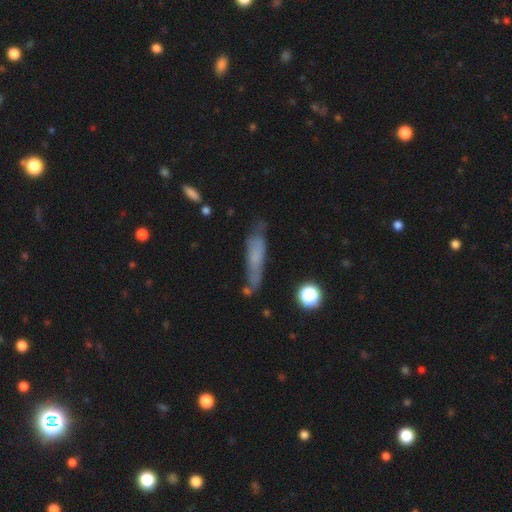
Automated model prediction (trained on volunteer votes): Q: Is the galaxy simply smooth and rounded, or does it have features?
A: smooth — 57%.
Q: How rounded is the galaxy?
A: cigar-shaped — 77%.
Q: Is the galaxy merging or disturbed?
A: none — 56%.